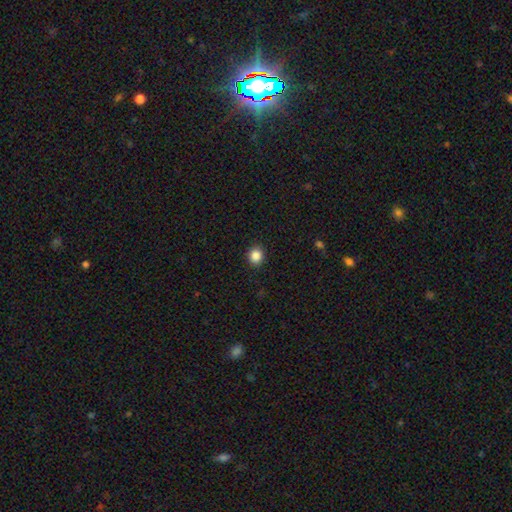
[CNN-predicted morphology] A smooth galaxy with no disk features (87%) that is round (76%).

Vote fractions:
- Smooth or featured? smooth: 87% / star or artifact: 10% / featured or disk: 3%
- How rounded? round: 76% / in between: 23% / cigar-shaped: 1%
- Merging? none: 91% / minor disturbance: 6% / major disturbance: 2% / merger: 1%